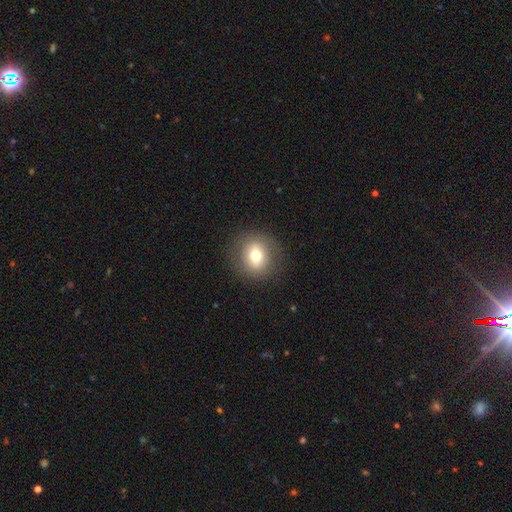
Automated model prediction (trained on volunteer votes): Morphology: type=smooth (72%); roundness=round (79%); merging=none (87%).